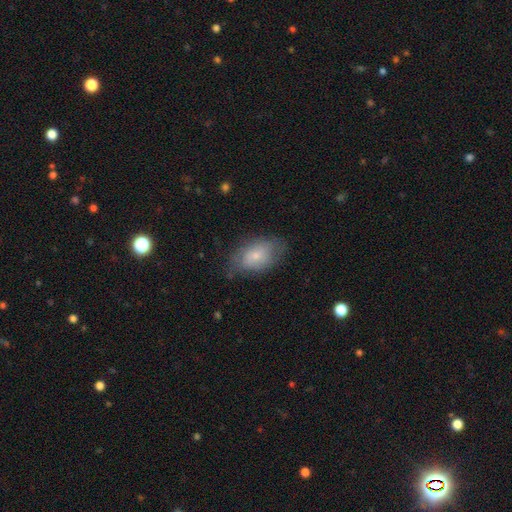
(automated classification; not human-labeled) Smooth or featured?
  - smooth: 64% *
  - featured or disk: 29%
  - star or artifact: 7%
How rounded?
  - in between: 89% *
  - round: 10%
  - cigar-shaped: 2%
Merging?
  - none: 65% *
  - minor disturbance: 25%
  - major disturbance: 9%
  - merger: 1%